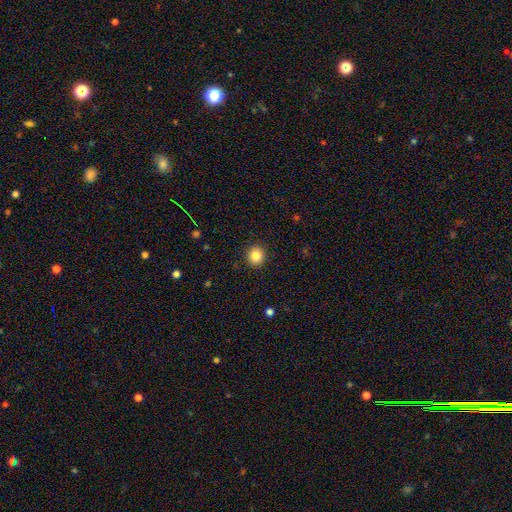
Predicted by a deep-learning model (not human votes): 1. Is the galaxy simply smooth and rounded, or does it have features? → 85% smooth, 10% star or artifact, 5% featured or disk.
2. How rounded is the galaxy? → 87% round, 12% in between, 1% cigar-shaped.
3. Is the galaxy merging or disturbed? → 92% none, 5% minor disturbance, 2% major disturbance, 1% merger.